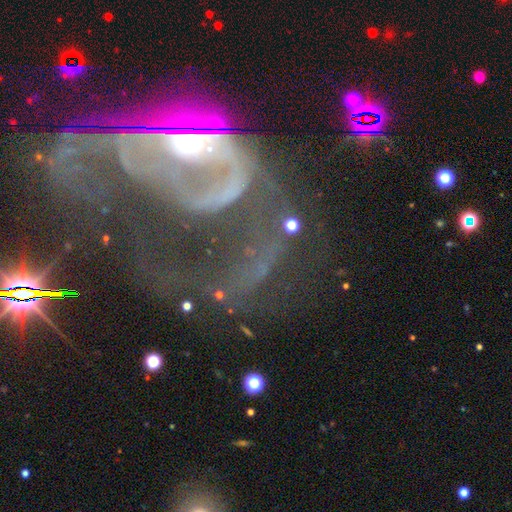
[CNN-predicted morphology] A featured or disk galaxy (74%) with no bar (45%), spiral arms (62%) and a moderate central bulge (56%). Merging: major disturbance (54%).